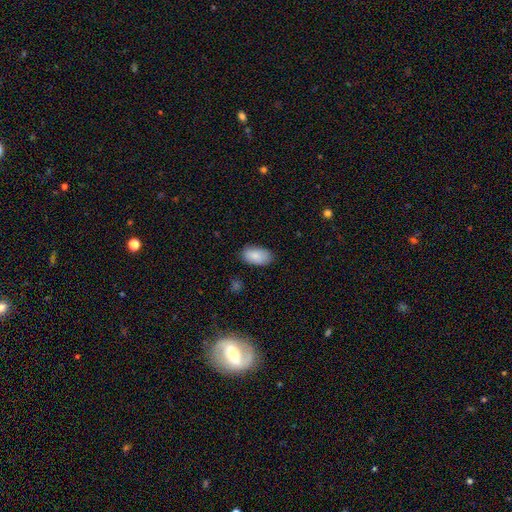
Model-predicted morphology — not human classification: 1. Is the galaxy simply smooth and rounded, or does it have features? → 86% smooth, 7% featured or disk, 7% star or artifact.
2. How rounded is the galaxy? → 94% in between, 3% round, 2% cigar-shaped.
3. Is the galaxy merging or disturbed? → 80% none, 15% minor disturbance, 3% major disturbance, 1% merger.